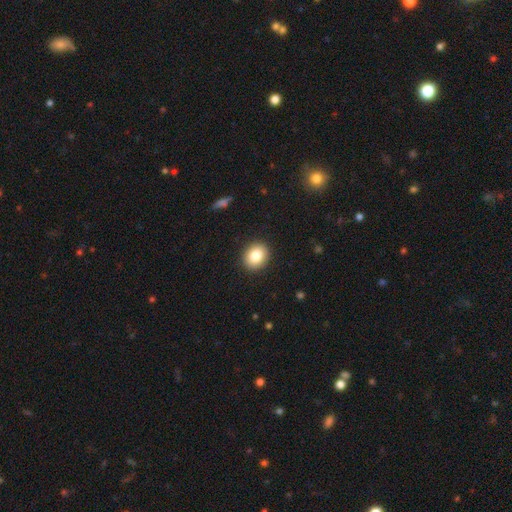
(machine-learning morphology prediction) Smooth or featured?
  - smooth: 83% *
  - star or artifact: 9%
  - featured or disk: 8%
How rounded?
  - round: 67% *
  - in between: 32%
  - cigar-shaped: 1%
Merging?
  - none: 91% *
  - minor disturbance: 6%
  - major disturbance: 2%
  - merger: 1%